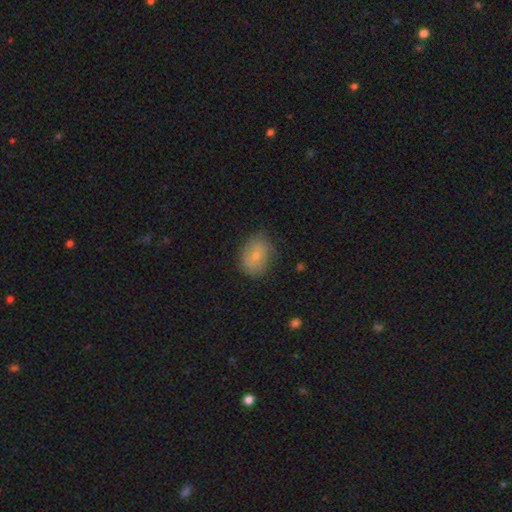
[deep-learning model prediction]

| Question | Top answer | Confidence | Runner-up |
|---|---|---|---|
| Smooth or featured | smooth | 62% | featured or disk (29%) |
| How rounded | in between | 56% | round (43%) |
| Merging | none | 71% | minor disturbance (22%) |